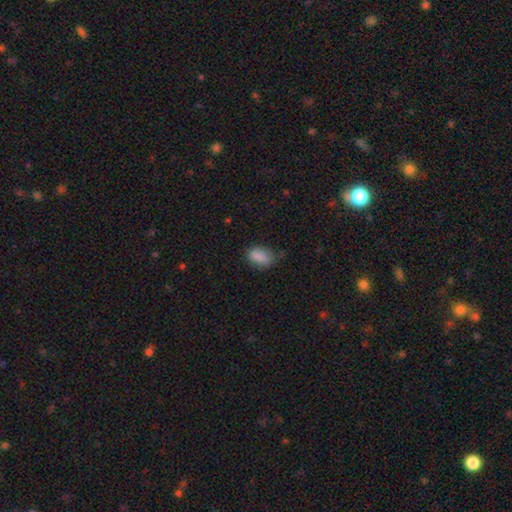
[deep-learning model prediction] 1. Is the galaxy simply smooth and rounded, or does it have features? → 73% smooth, 20% star or artifact, 7% featured or disk.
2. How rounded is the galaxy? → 86% in between, 11% round, 3% cigar-shaped.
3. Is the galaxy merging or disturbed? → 70% none, 21% minor disturbance, 6% major disturbance, 2% merger.